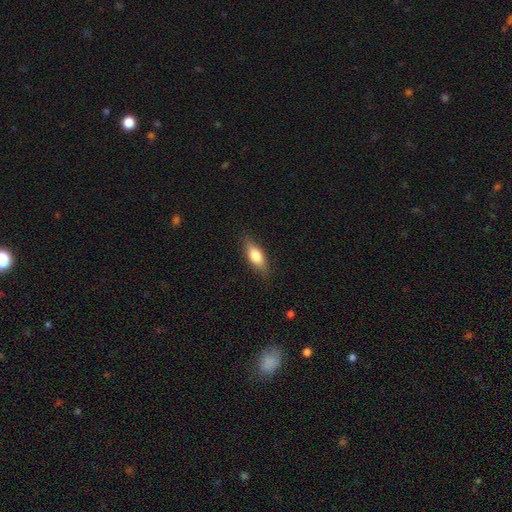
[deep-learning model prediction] smooth-or-featured: smooth: 70% | featured or disk: 23% | star or artifact: 7%
  how-rounded: in between: 71% | cigar-shaped: 25% | round: 4%
  merging: none: 83% | minor disturbance: 13% | major disturbance: 3% | merger: 1%